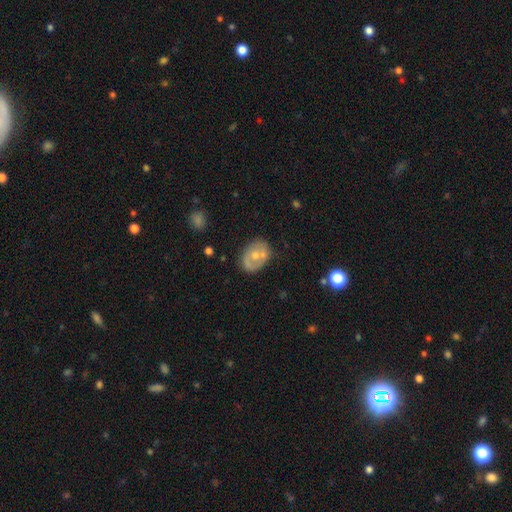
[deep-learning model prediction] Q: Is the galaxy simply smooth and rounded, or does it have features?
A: smooth — 46%, tied with featured or disk.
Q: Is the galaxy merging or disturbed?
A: none — 61%.